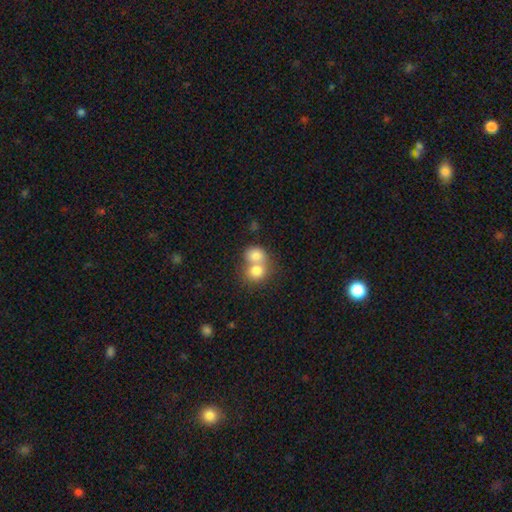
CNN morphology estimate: Smooth or featured?
  - smooth: 77% *
  - featured or disk: 14%
  - star or artifact: 9%
How rounded?
  - round: 67% *
  - in between: 32%
  - cigar-shaped: 1%
Merging?
  - merger: 69% *
  - none: 23%
  - minor disturbance: 5%
  - major disturbance: 3%